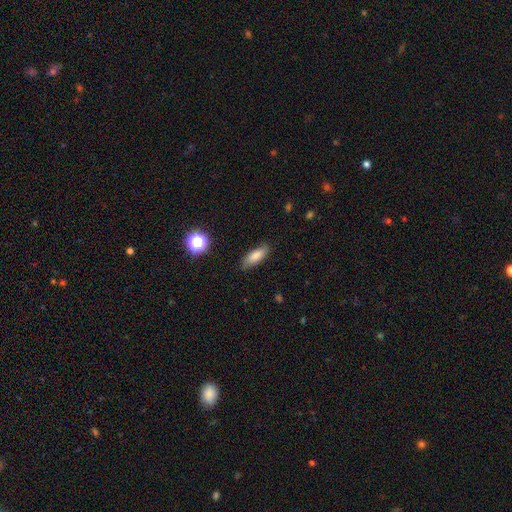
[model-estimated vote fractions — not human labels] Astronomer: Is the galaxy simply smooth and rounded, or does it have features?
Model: smooth — 78%.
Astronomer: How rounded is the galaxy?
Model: in between — 64%.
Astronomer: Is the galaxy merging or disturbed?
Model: none — 83%.